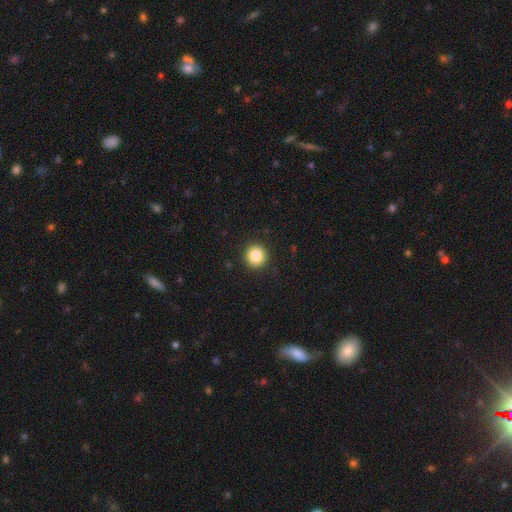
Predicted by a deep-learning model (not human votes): Smooth or featured? Predicted: smooth (p=0.85). How rounded? Predicted: round (p=0.94). Merging? Predicted: none (p=0.92).